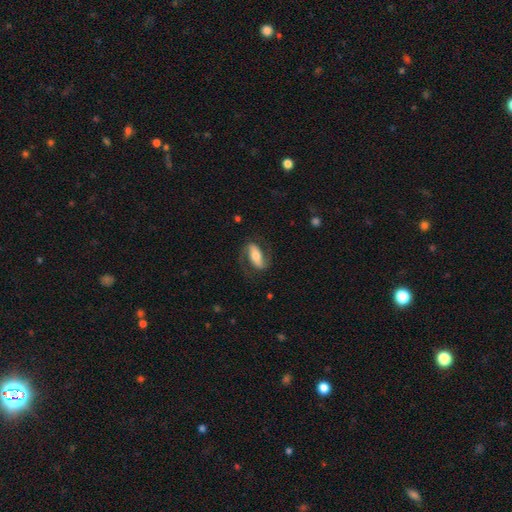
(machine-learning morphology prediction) featured or disk 69%, smooth 25%, star or artifact 6%. Down the decision tree: edge-on disk — no (91%); bar — strong (52%); spiral arms — yes (90%); spiral arm count — 2 (88%); spiral winding — medium (44%); bulge size — moderate (55%); merging — none (71%).